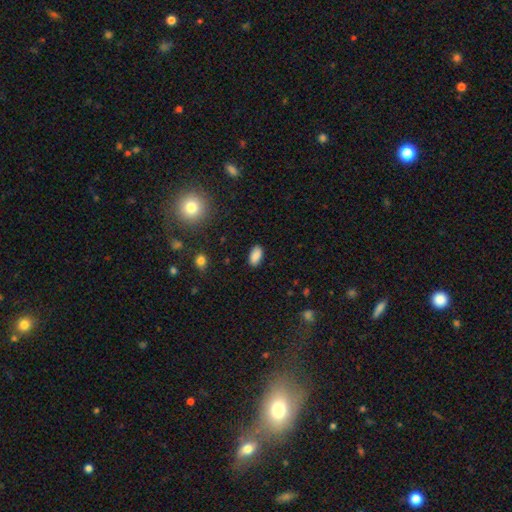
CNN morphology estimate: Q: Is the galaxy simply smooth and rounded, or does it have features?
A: smooth — 87%.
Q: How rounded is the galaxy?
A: in between — 93%.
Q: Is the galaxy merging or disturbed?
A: none — 87%.